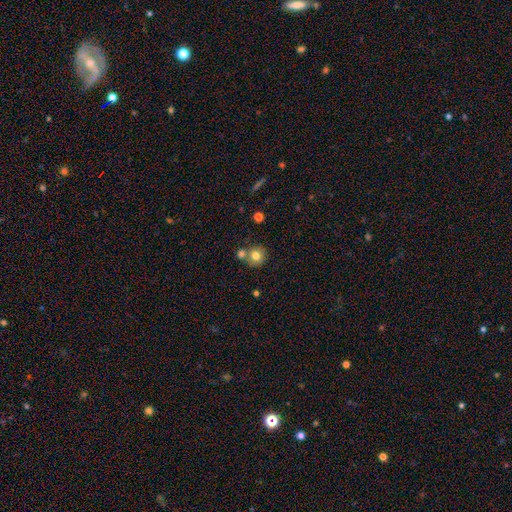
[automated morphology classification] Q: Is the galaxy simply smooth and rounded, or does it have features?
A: smooth — 77%.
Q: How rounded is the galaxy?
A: round — 88%.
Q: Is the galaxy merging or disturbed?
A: none — 59%.